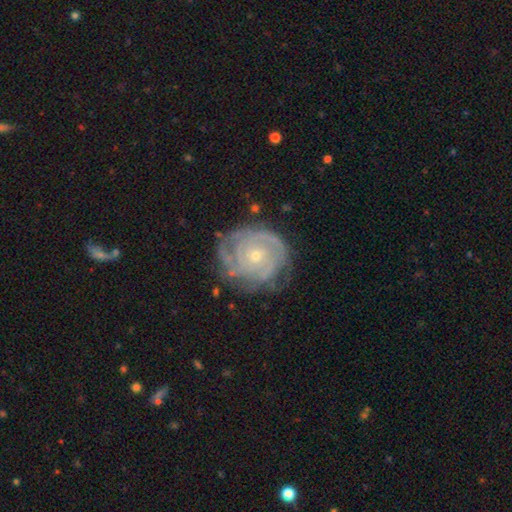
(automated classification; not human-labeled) Smooth or featured?
  - featured or disk: 85% *
  - smooth: 9%
  - star or artifact: 6%
Edge-on disk?
  - no: 98% *
  - yes: 2%
Bar?
  - no: 81% *
  - weak: 16%
  - strong: 4%
Spiral arms?
  - yes: 94% *
  - no: 6%
Spiral winding?
  - tight: 77% *
  - medium: 18%
  - loose: 4%
Spiral arm count?
  - can't tell: 34% *
  - 3: 21%
  - 2: 20%
  - 4: 13%
  - more than 4: 6%
  - 1: 6%
Bulge size?
  - small: 68% *
  - moderate: 29%
  - large: 1%
  - none: 1%
  - dominant: 1%
Merging?
  - none: 72% *
  - minor disturbance: 19%
  - major disturbance: 8%
  - merger: 1%